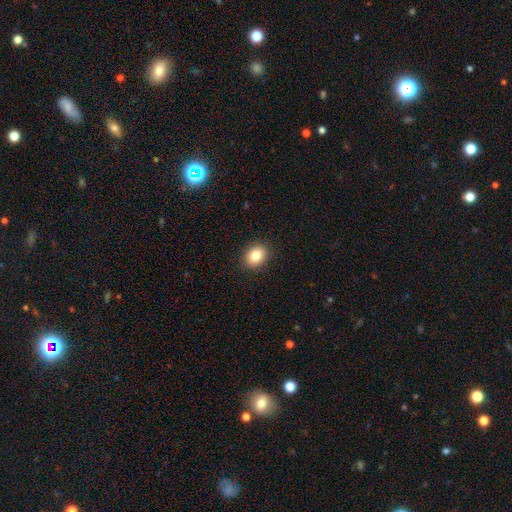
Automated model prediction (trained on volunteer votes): This is clearly a smooth galaxy (84%). How rounded: possibly in between (50%). Merging: clearly none (90%).